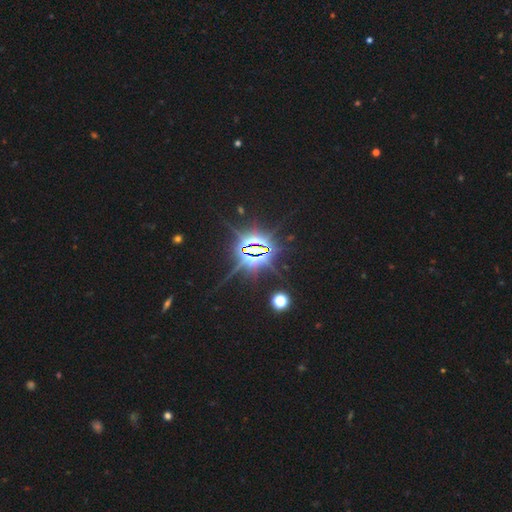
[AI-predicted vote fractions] This appears to be a star or artifact, not a galaxy (85%).